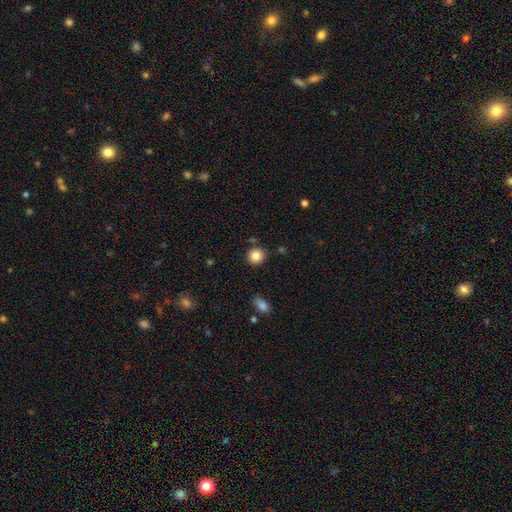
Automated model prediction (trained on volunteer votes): smooth_or_featured: smooth (p=0.85) [alt: star or artifact p=0.10]
how_rounded: round (p=0.88) [alt: in between p=0.11]
merging: none (p=0.83) [alt: minor disturbance p=0.09]